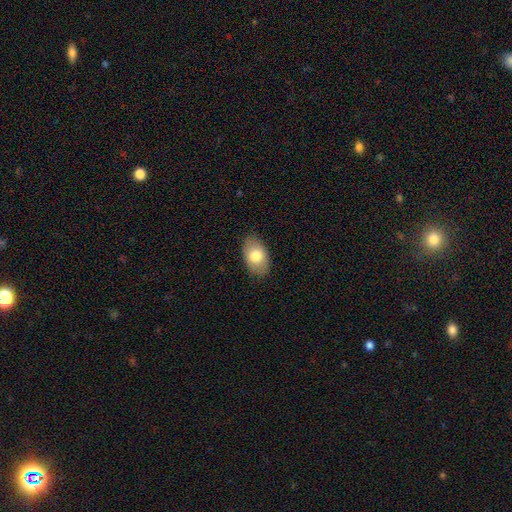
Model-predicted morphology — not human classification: Smooth or featured?
  - smooth: 77% *
  - featured or disk: 16%
  - star or artifact: 7%
How rounded?
  - in between: 91% *
  - round: 7%
  - cigar-shaped: 1%
Merging?
  - none: 86% *
  - minor disturbance: 11%
  - major disturbance: 2%
  - merger: 1%